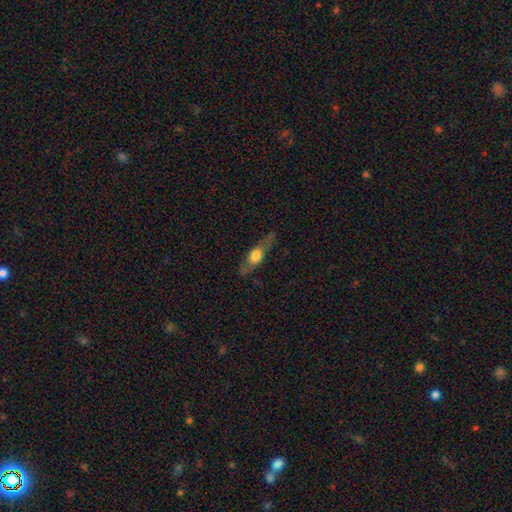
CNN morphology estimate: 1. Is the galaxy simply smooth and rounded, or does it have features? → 51% featured or disk, 43% smooth, 6% star or artifact.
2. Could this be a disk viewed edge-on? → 78% yes, 22% no.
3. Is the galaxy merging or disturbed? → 74% none, 17% minor disturbance, 7% major disturbance, 2% merger.